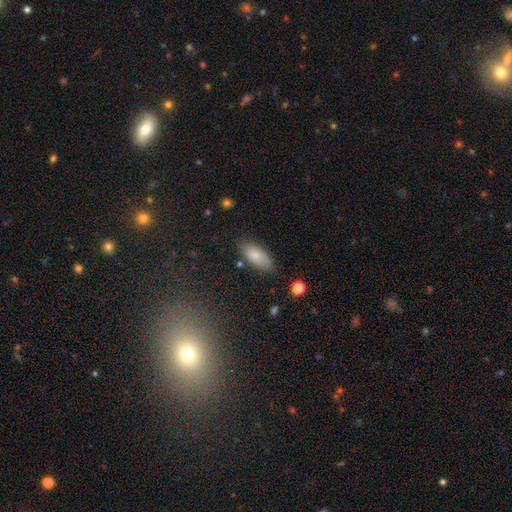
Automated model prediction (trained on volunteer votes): Smooth or featured? Predicted: smooth (p=0.84). How rounded? Predicted: in between (p=0.86). Merging? Predicted: none (p=0.81).